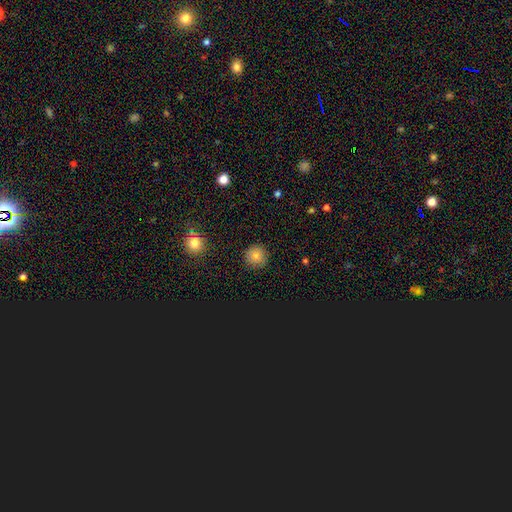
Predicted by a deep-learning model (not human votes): Smooth or featured?
  - smooth: 78% *
  - star or artifact: 14%
  - featured or disk: 8%
How rounded?
  - round: 95% *
  - in between: 4%
  - cigar-shaped: 1%
Merging?
  - none: 90% *
  - minor disturbance: 7%
  - major disturbance: 2%
  - merger: 1%